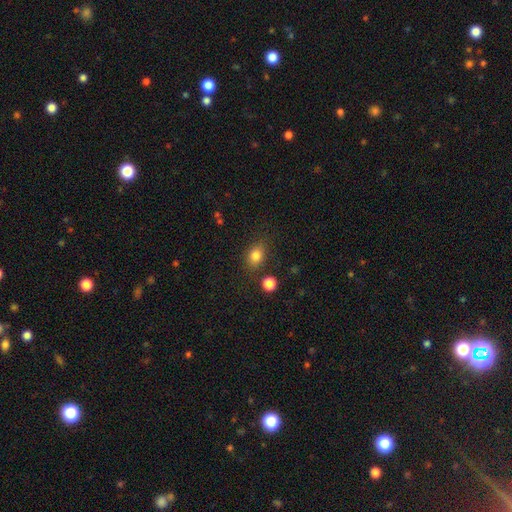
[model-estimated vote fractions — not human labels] Overall: smooth (83%). How rounded: in between (57%; round 41%). Merging: none (77%).